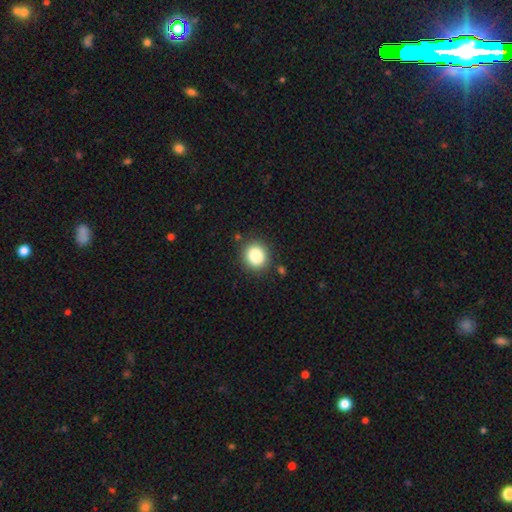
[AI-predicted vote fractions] This appears to be a smooth galaxy with no disk features (85%) that is round (86%). Merging: none (87%).